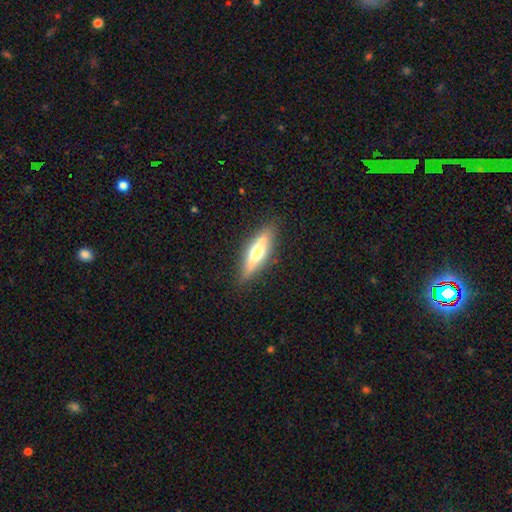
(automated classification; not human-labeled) Smooth or featured: featured or disk — 51% (smooth — 42%)
Edge-on disk: yes — 91% (no — 9%)
Merging: none — 90% (minor disturbance — 8%)